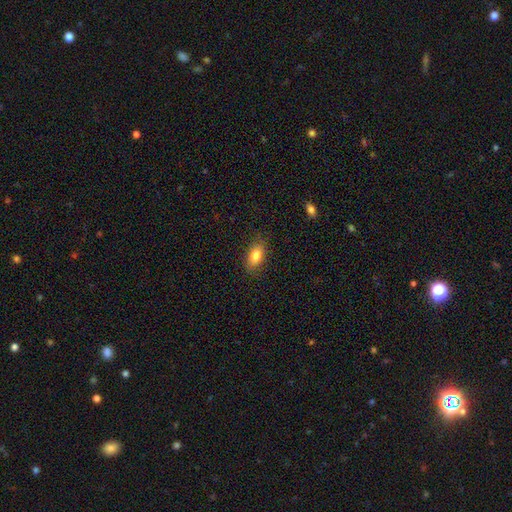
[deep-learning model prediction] Overall: smooth (81%). How rounded: in between (87%). Merging: none (82%).